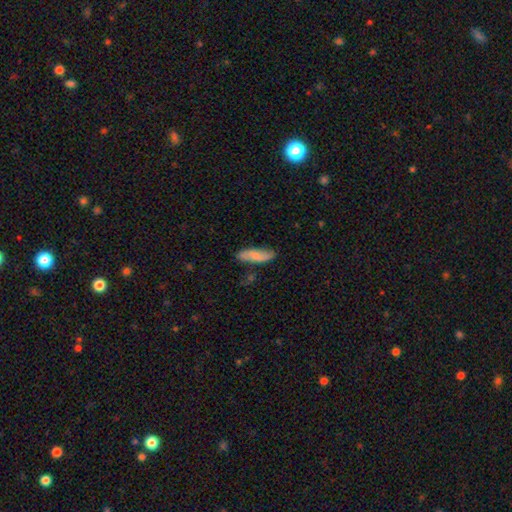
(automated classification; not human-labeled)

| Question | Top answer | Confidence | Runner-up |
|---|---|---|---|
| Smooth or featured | smooth | 69% | featured or disk (25%) |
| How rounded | cigar-shaped | 53% | in between (45%) |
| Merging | none | 74% | minor disturbance (19%) |